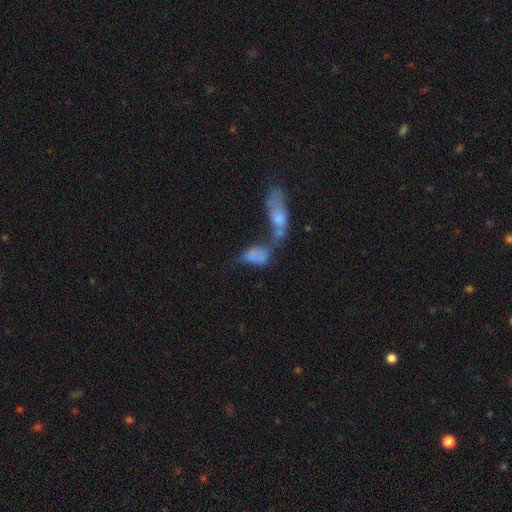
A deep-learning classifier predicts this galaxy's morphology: A smooth galaxy with no disk features (69%) that is in between round and cigar-shaped (84%). Merging: merger (58%).